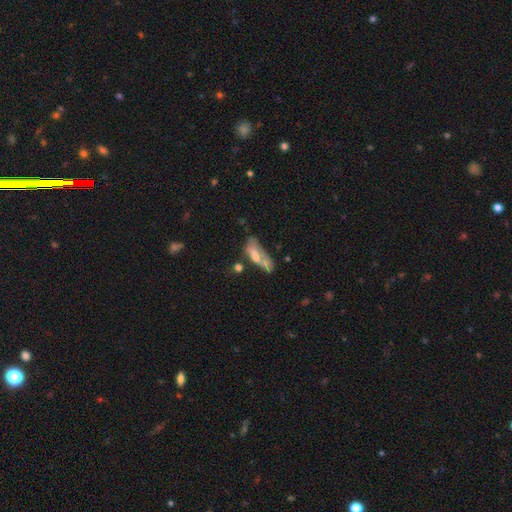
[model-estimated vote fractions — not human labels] Smooth or featured: smooth — 50% (featured or disk — 40%)
How rounded: in between — 63% (cigar-shaped — 34%)
Merging: none — 31% (major disturbance — 27%)